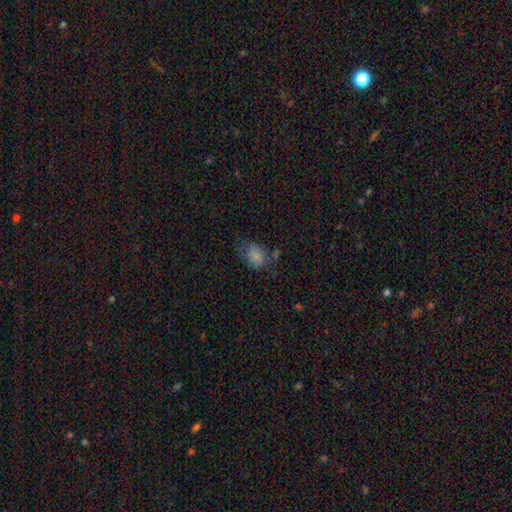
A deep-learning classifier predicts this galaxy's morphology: This appears to be a smooth galaxy with no disk features (79%) that is in between round and cigar-shaped (68%). Merging: none (50%).